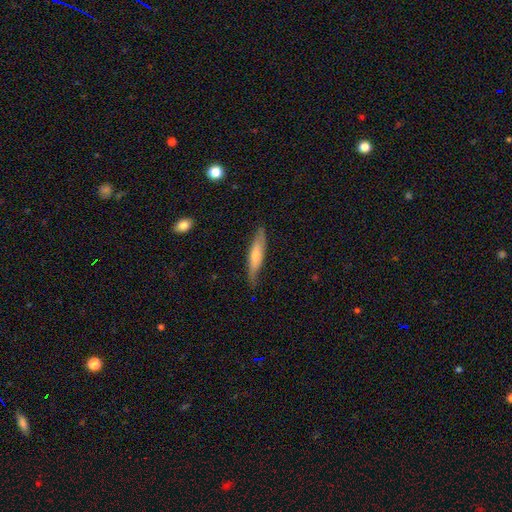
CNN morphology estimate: type=smooth (54%); roundness=cigar-shaped (82%); merging=none (78%).